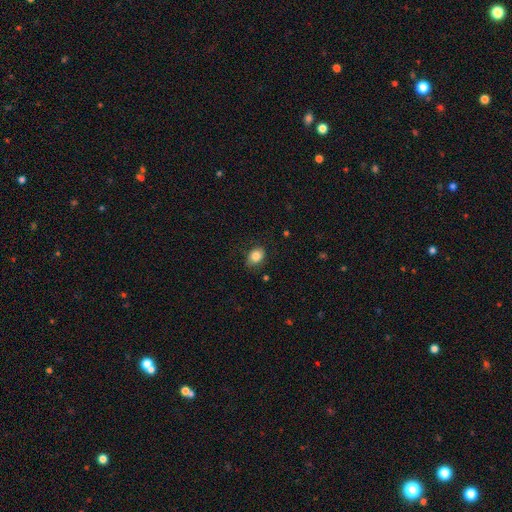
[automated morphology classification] Overall: smooth (83%). How rounded: in between (69%; round 30%). Merging: none (77%).